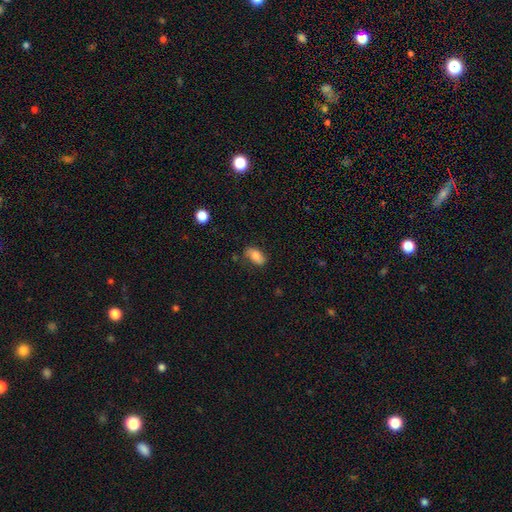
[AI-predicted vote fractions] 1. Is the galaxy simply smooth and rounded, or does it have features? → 78% smooth, 14% featured or disk, 8% star or artifact.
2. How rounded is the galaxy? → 91% in between, 5% round, 4% cigar-shaped.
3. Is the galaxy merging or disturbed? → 75% none, 18% minor disturbance, 4% major disturbance, 2% merger.